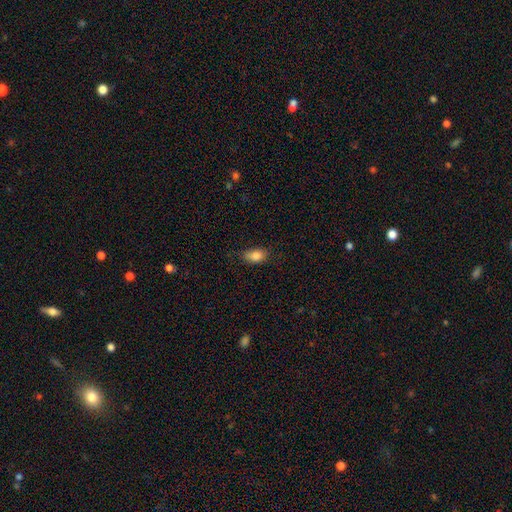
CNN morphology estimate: smooth-or-featured: smooth: 85% | star or artifact: 8% | featured or disk: 7%
  how-rounded: in between: 87% | round: 11% | cigar-shaped: 3%
  merging: none: 77% | minor disturbance: 18% | major disturbance: 4% | merger: 1%